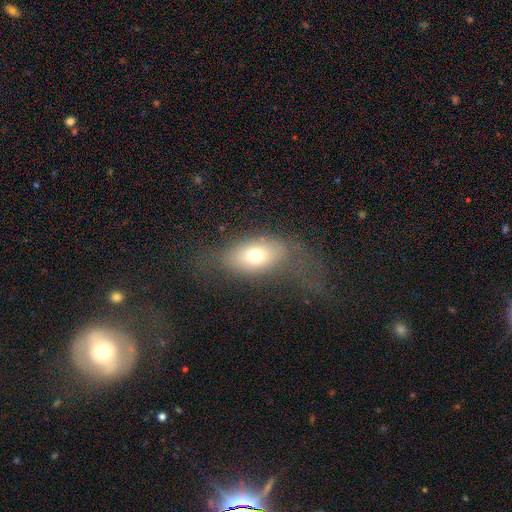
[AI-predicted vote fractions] This is likely a smooth galaxy (68%). How rounded: clearly in between (82%). Merging: possibly none (50%).